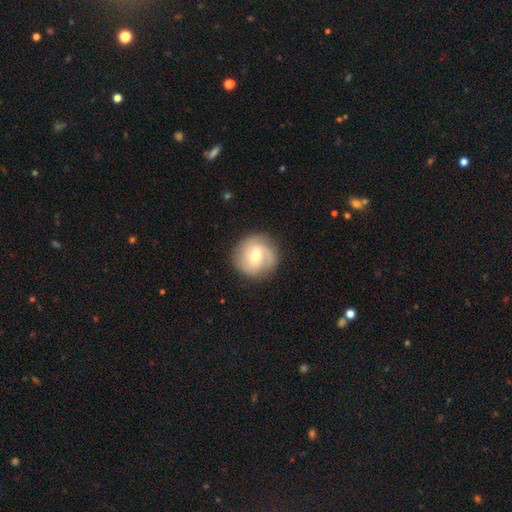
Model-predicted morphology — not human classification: featured or disk 60%, smooth 33%, star or artifact 7%. Down the decision tree: edge-on disk — no (97%); bar — weak (50%); spiral arms — yes (87%); spiral arm count — 2 (45%); spiral winding — medium (42%); bulge size — moderate (57%); merging — none (83%).